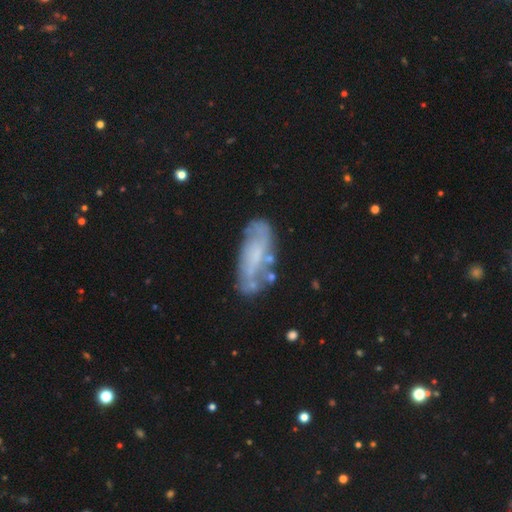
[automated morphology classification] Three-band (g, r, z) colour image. It shows a featured or disk galaxy (58%) with no bar (50%), spiral arms (59%) and no central bulge (46%). Merging: none (61%).